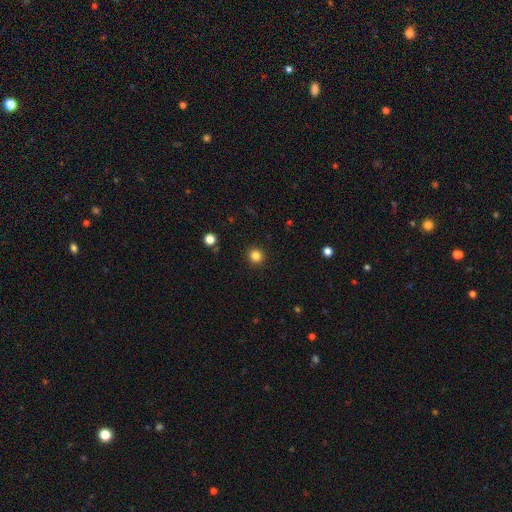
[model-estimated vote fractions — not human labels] smooth_or_featured: smooth (p=0.83) [alt: star or artifact p=0.12]
how_rounded: round (p=0.93) [alt: in between p=0.06]
merging: none (p=0.92) [alt: minor disturbance p=0.05]